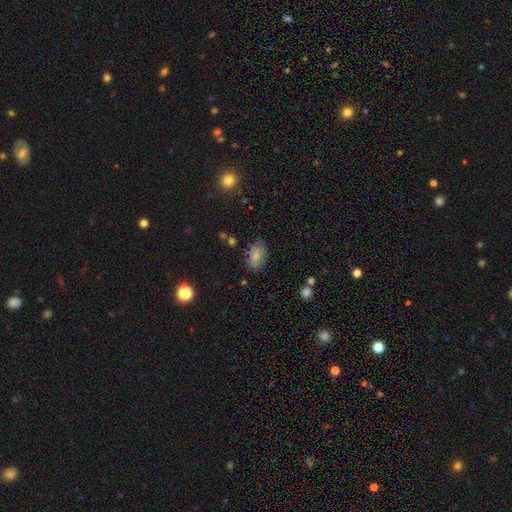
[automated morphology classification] This is likely a smooth galaxy (76%). How rounded: clearly in between (85%). Merging: likely none (76%).